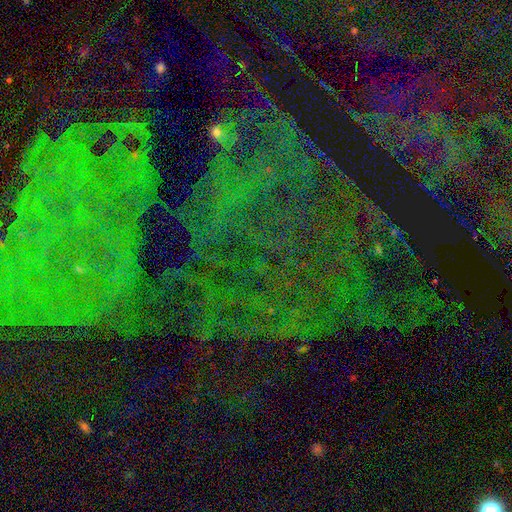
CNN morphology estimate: This is clearly a star or artifact rather than a galaxy (82%).